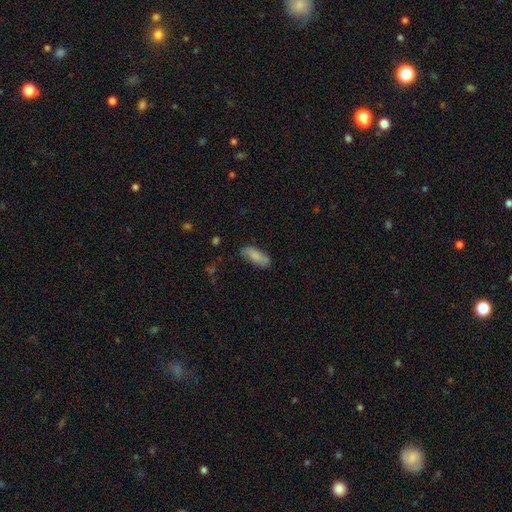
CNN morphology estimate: Q: Smooth or featured?
A: smooth (79%); runner-up: featured or disk (14%)
Q: How rounded?
A: in between (75%); runner-up: cigar-shaped (23%)
Q: Merging?
A: none (68%); runner-up: minor disturbance (22%)